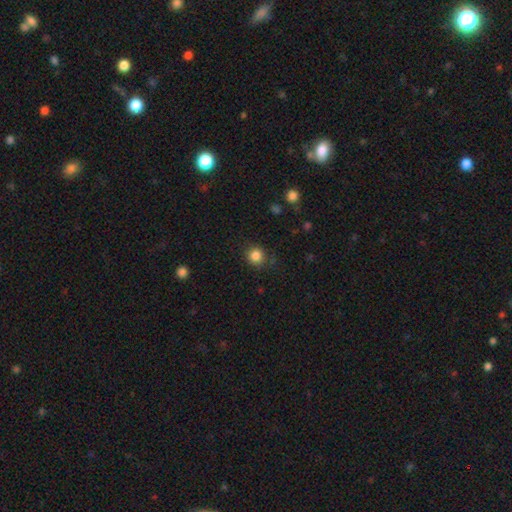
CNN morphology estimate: Smooth or featured: smooth — 85% (star or artifact — 11%)
How rounded: round — 91% (in between — 8%)
Merging: none — 85% (minor disturbance — 10%)